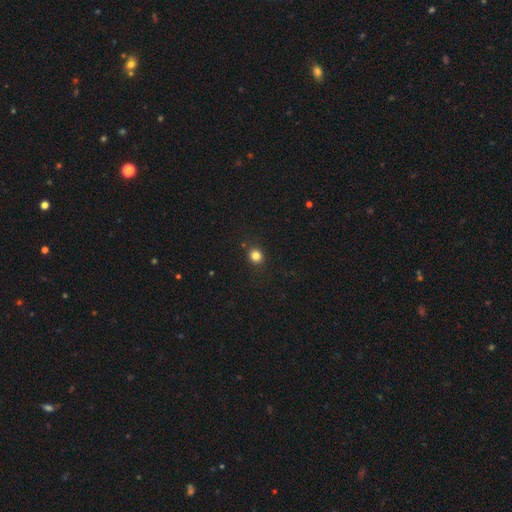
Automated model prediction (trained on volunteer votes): Smooth or featured? Predicted: smooth (p=0.82). How rounded? Predicted: round (p=0.82). Merging? Predicted: none (p=0.88).